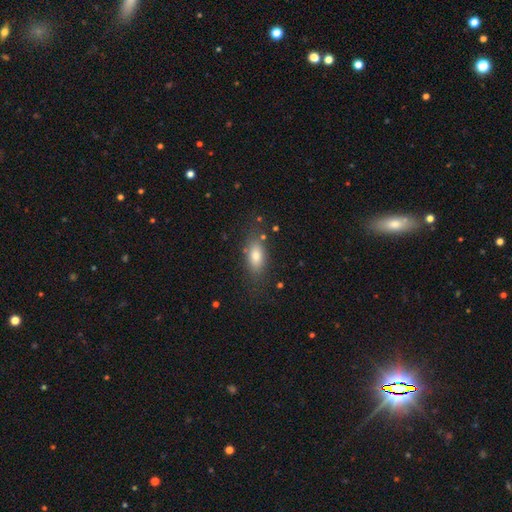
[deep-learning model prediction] smooth_or_featured: smooth (p=0.77) [alt: featured or disk p=0.14]
how_rounded: in between (p=0.82) [alt: cigar-shaped p=0.13]
merging: none (p=0.76) [alt: minor disturbance p=0.15]